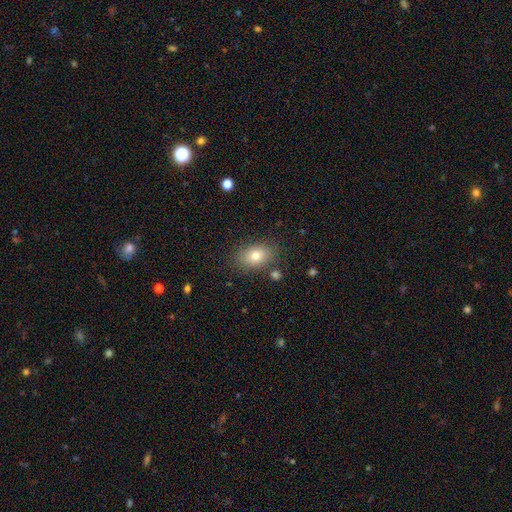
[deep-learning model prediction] The model was most divided on "how rounded": in between: 81%, round: 18%, cigar-shaped: 1%. More confident: merging — none (81%); smooth or featured — smooth (78%).